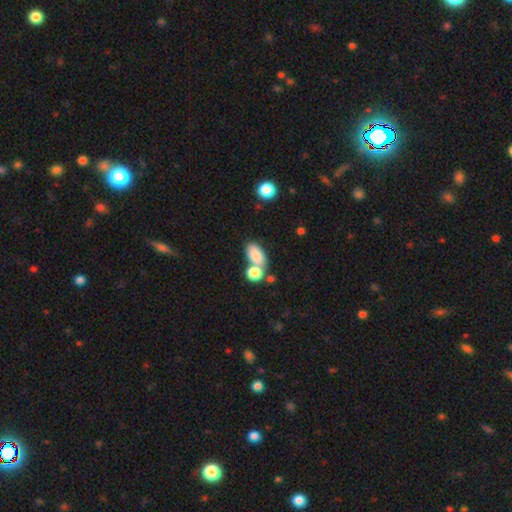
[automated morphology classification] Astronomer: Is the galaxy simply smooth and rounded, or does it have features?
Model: smooth — 80%.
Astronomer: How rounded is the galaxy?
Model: in between — 88%.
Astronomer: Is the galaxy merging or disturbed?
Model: merger — 42%, tied with none at 42%.